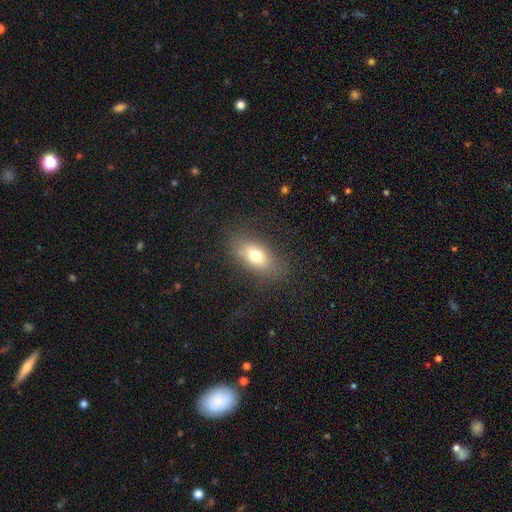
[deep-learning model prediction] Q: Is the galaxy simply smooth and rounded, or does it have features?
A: smooth — 73%.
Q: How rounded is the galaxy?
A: in between — 83%.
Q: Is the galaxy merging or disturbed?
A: none — 80%.